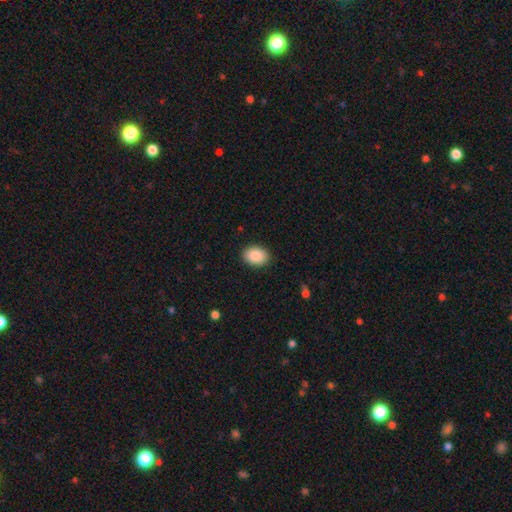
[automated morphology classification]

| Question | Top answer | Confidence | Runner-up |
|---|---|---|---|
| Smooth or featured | smooth | 89% | star or artifact (7%) |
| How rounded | in between | 72% | round (28%) |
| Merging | none | 89% | minor disturbance (8%) |